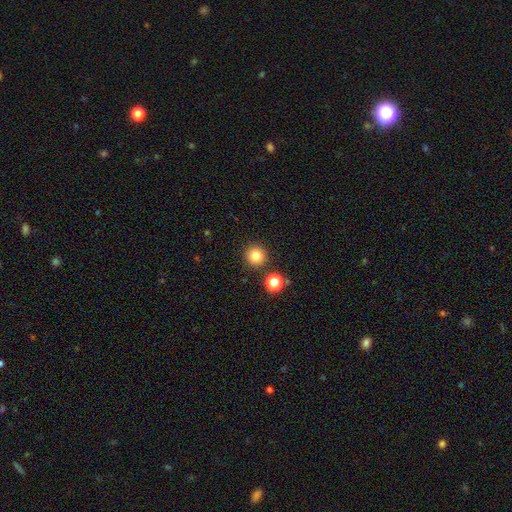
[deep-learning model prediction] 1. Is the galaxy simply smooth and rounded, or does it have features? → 81% smooth, 13% star or artifact, 6% featured or disk.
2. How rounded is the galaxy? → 95% round, 4% in between, 1% cigar-shaped.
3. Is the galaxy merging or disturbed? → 87% none, 6% minor disturbance, 5% merger, 2% major disturbance.